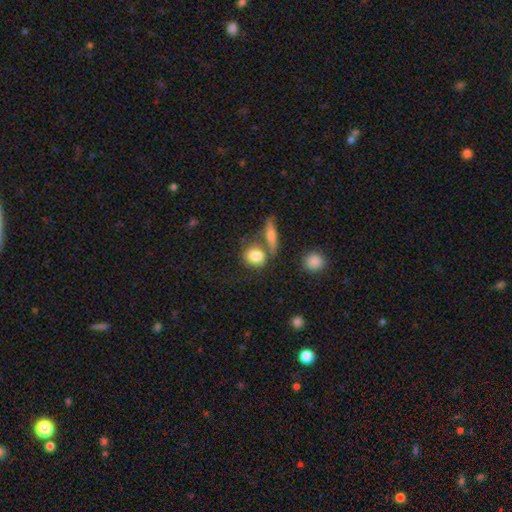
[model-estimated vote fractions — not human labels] A smooth galaxy with no disk features (82%) that is round (59%).

Vote fractions:
- Smooth or featured? smooth: 82% / featured or disk: 10% / star or artifact: 8%
- How rounded? round: 59% / in between: 36% / cigar-shaped: 5%
- Merging? none: 53% / merger: 28% / minor disturbance: 13% / major disturbance: 6%